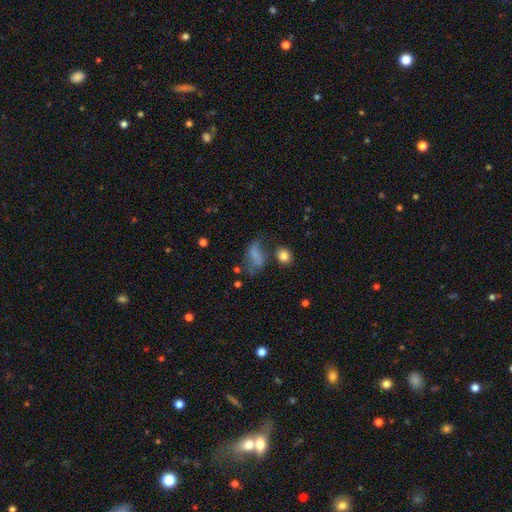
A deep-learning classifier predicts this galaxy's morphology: type=smooth (64%); roundness=in between (83%); merging=none (37%).